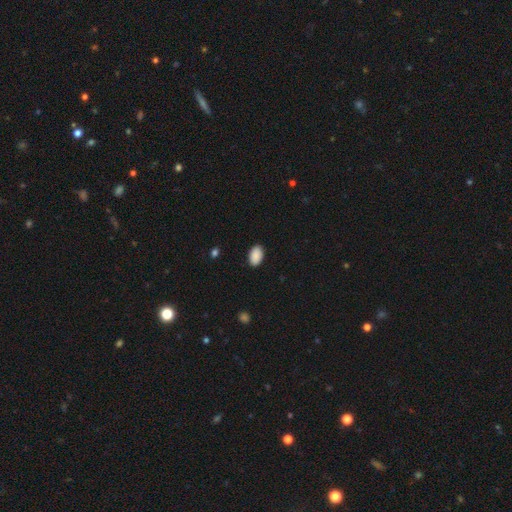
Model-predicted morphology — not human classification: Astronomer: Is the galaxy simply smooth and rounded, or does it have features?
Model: smooth — 91%.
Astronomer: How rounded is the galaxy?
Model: in between — 93%.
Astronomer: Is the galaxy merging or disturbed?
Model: none — 89%.